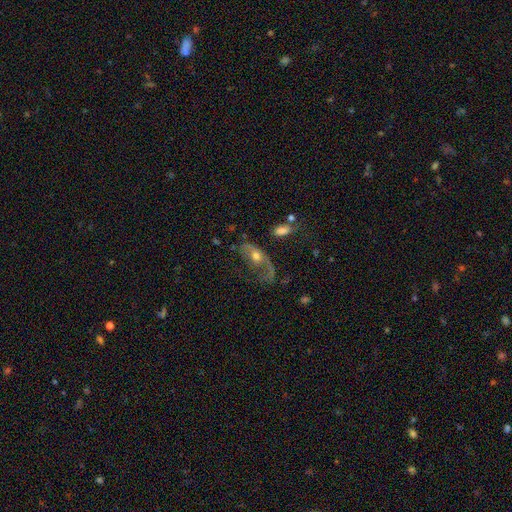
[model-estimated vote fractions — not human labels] This appears to be a featured or disk galaxy (56%) with no bar (77%), spiral arms (58%) and a moderate central bulge (63%). Merging: major disturbance (52%).